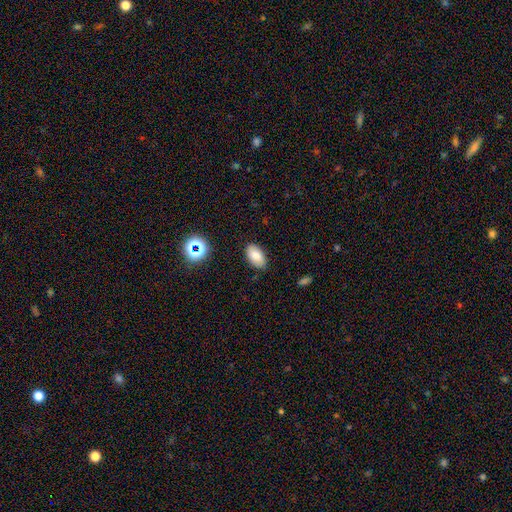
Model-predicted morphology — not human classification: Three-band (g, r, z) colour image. It shows a smooth galaxy with no disk features (80%) that is in between round and cigar-shaped (94%). Merging: none (85%).